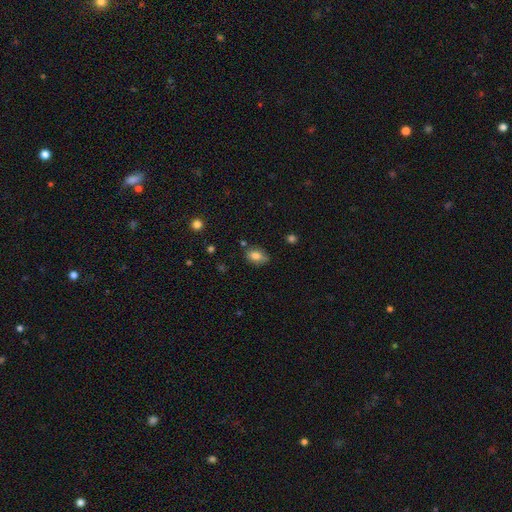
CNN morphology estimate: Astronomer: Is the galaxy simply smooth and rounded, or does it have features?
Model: smooth — 80%.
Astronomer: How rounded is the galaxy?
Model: in between — 83%.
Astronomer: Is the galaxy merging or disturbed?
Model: none — 69%.